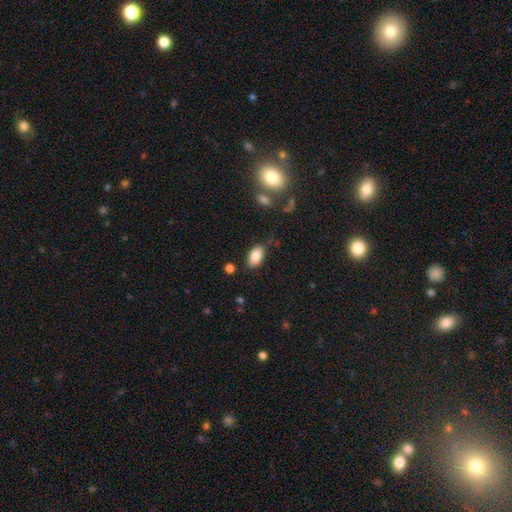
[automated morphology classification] The model was most divided on "merging": none: 79%, minor disturbance: 14%, major disturbance: 4%, merger: 3%. More confident: how rounded — in between (93%); smooth or featured — smooth (85%).